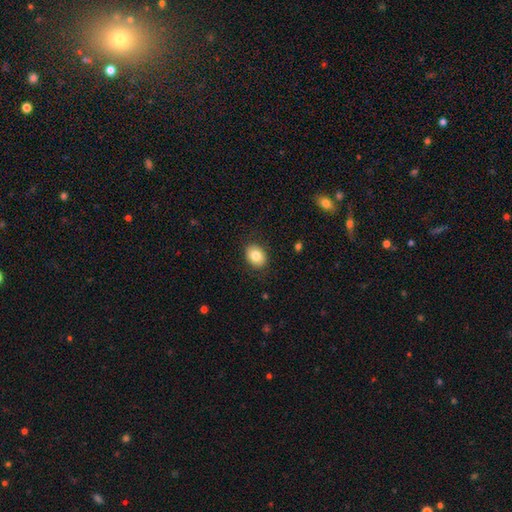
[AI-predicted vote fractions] Overall: smooth (82%). How rounded: in between (60%; round 39%). Merging: none (87%).